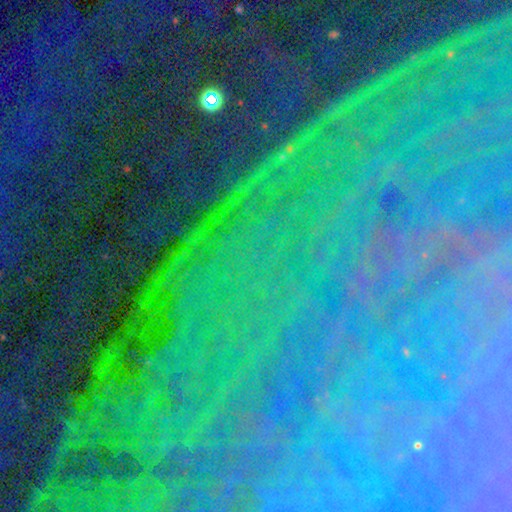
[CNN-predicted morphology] Smooth or featured?
  - star or artifact: 75% *
  - featured or disk: 15%
  - smooth: 10%